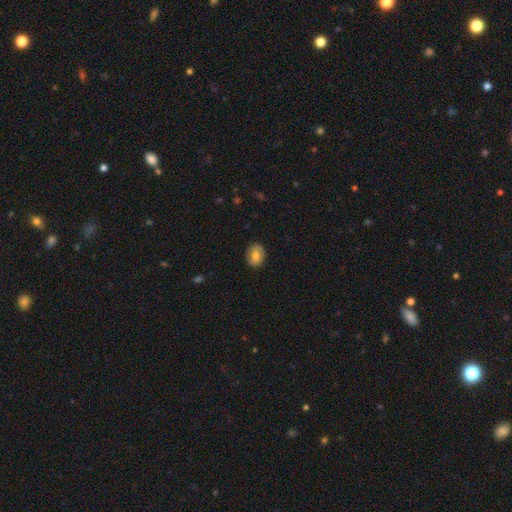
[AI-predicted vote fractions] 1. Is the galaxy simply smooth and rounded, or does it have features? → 70% smooth, 23% featured or disk, 8% star or artifact.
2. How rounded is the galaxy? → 61% in between, 37% round, 1% cigar-shaped.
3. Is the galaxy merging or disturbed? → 85% none, 11% minor disturbance, 3% major disturbance, 1% merger.